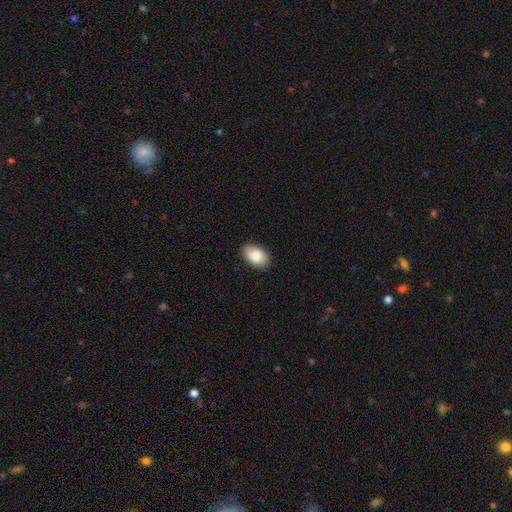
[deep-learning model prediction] The model was most divided on "merging": none: 88%, minor disturbance: 10%, major disturbance: 2%, merger: 1%. More confident: how rounded — in between (91%); smooth or featured — smooth (87%).